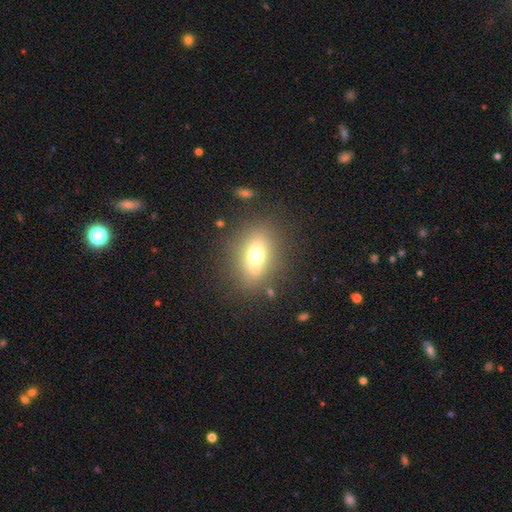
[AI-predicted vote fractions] smooth 64%, featured or disk 23%, star or artifact 13%. Down the decision tree: how rounded — in between (69%); merging — none (78%).